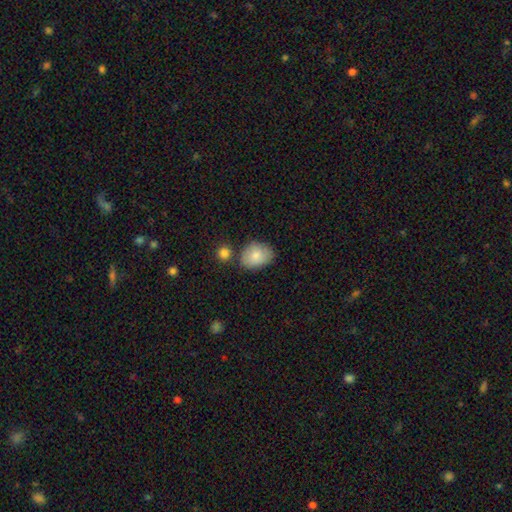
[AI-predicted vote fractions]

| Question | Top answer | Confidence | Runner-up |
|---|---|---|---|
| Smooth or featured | smooth | 82% | featured or disk (11%) |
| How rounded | in between | 67% | round (32%) |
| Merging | none | 64% | minor disturbance (21%) |